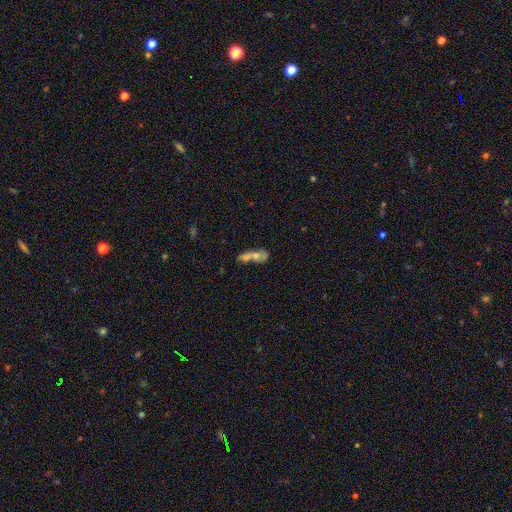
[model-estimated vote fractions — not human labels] smooth-or-featured: smooth: 56% | featured or disk: 33% | star or artifact: 11%
  how-rounded: in between: 54% | cigar-shaped: 37% | round: 8%
  merging: merger: 47% | none: 30% | minor disturbance: 14% | major disturbance: 10%